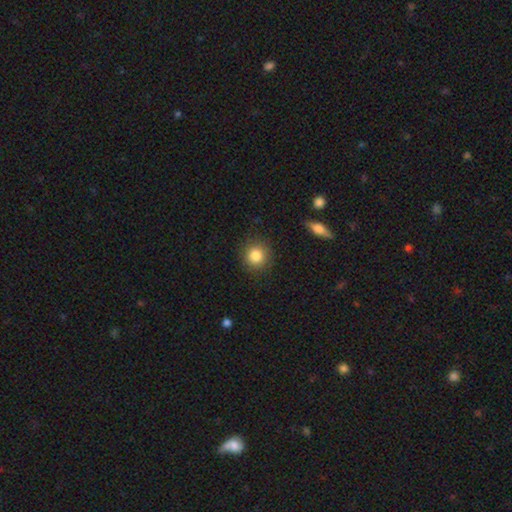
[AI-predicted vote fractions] Smooth or featured? Predicted: smooth (p=0.84). How rounded? Predicted: round (p=0.91). Merging? Predicted: none (p=0.87).